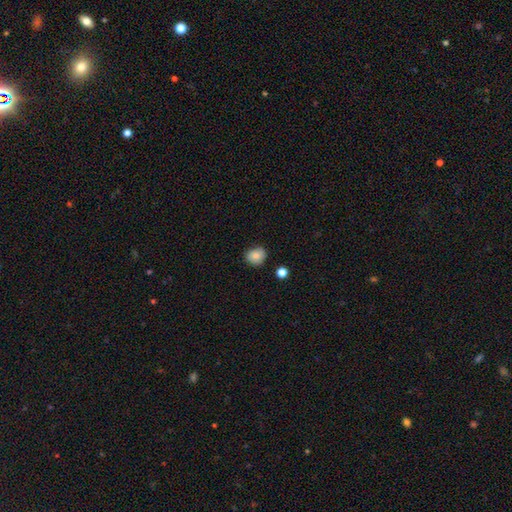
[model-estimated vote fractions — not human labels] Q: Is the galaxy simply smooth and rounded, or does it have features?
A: smooth — 84%.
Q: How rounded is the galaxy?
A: round — 68%.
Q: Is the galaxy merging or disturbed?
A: none — 79%.